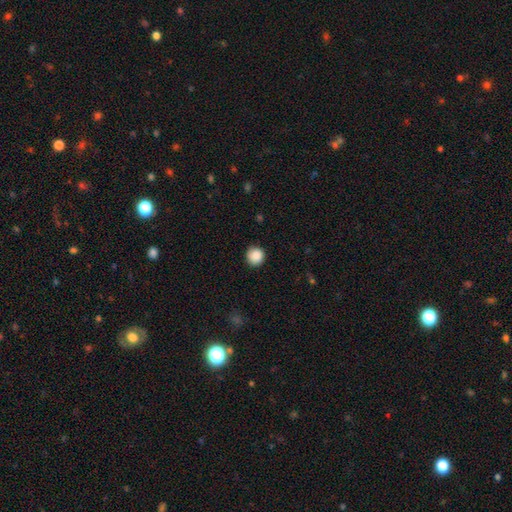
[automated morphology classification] The model was most divided on "smooth or featured": smooth: 88%, star or artifact: 9%, featured or disk: 3%. More confident: how rounded — round (94%); merging — none (89%).